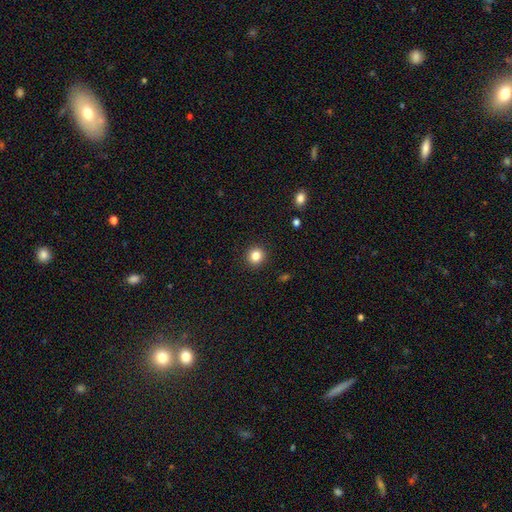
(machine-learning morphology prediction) This is clearly a smooth galaxy (83%). How rounded: clearly round (91%). Merging: clearly none (92%).